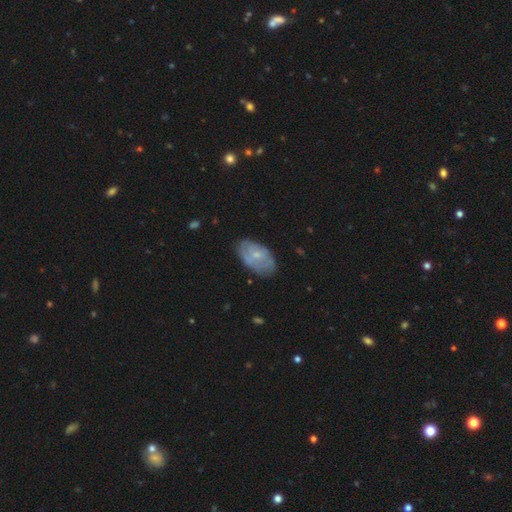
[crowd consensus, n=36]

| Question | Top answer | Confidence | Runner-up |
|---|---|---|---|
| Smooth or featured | featured or disk | 56% | smooth (44%) |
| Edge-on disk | no | 100% | — |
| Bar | no | 80% | weak (20%) |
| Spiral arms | no | 55% | yes (45%) |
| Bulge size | small | 80% | moderate (15%) |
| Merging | none | 67% | minor disturbance (19%) |